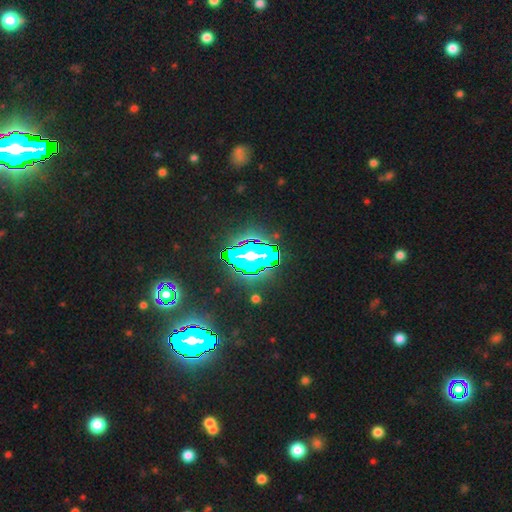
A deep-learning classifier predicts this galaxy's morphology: star or artifact 68%, smooth 17%, featured or disk 16%.